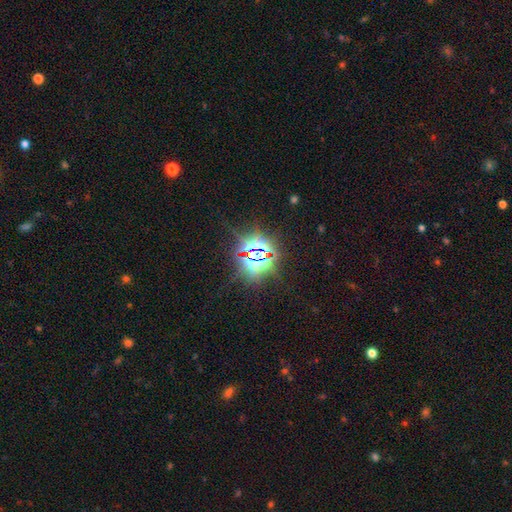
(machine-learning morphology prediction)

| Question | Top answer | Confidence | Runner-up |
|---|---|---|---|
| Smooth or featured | star or artifact | 83% | smooth (10%) |